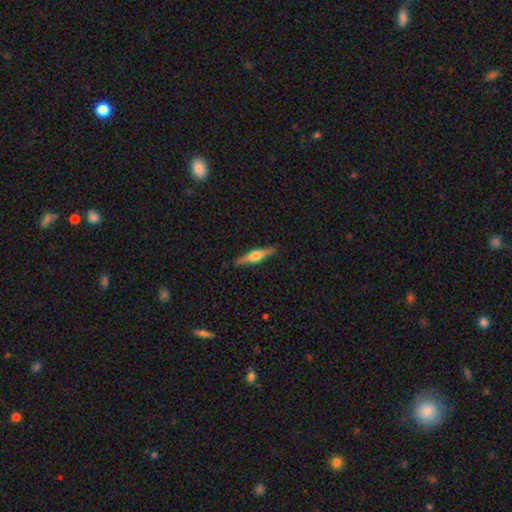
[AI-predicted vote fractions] A featured or disk galaxy (67%) viewed edge-on (97%) with a rounded central bulge (92%). Merging: none (89%).